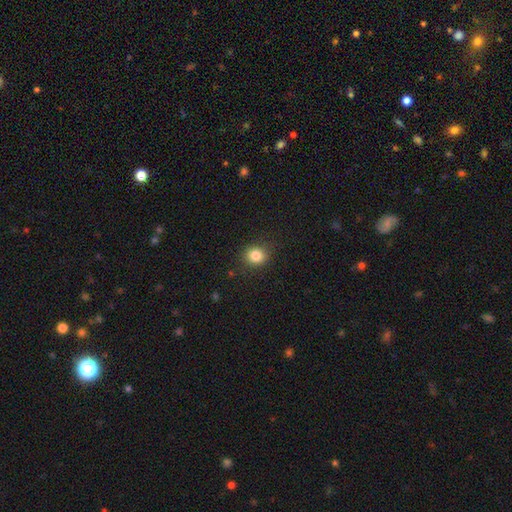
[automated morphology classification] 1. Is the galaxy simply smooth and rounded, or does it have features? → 85% smooth, 11% star or artifact, 5% featured or disk.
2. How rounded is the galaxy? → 72% round, 27% in between, 1% cigar-shaped.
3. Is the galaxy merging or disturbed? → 86% none, 10% minor disturbance, 3% major disturbance, 1% merger.